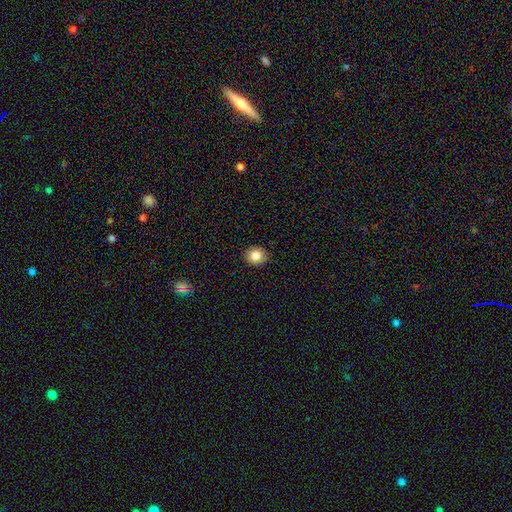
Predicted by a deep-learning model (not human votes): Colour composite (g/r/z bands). It shows a smooth galaxy with no disk features (85%) that is round (78%). Merging: none (90%).